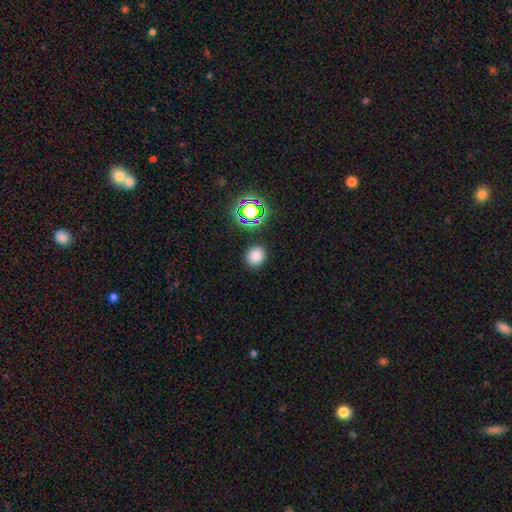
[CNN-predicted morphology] smooth-or-featured: smooth: 78% | star or artifact: 17% | featured or disk: 5%
  how-rounded: round: 77% | in between: 22% | cigar-shaped: 1%
  merging: none: 88% | minor disturbance: 8% | major disturbance: 3% | merger: 2%